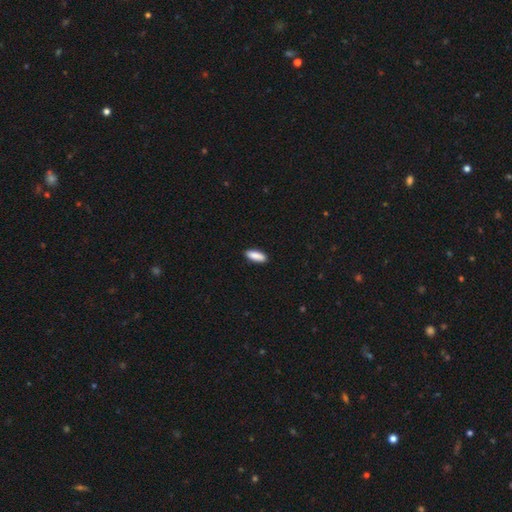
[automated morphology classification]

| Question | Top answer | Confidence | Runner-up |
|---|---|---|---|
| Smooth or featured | smooth | 89% | star or artifact (6%) |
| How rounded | in between | 68% | cigar-shaped (30%) |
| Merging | none | 89% | minor disturbance (8%) |